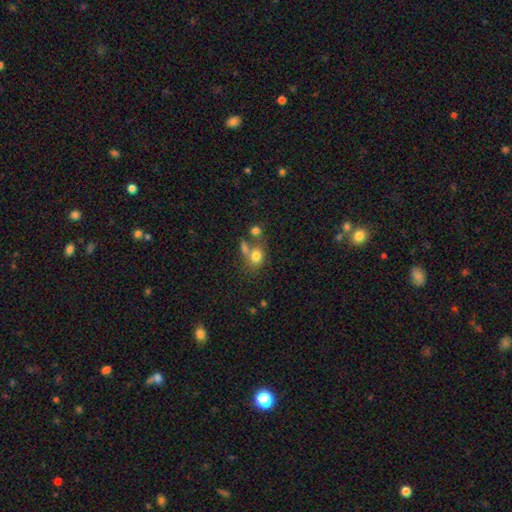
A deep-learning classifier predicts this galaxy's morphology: smooth_or_featured: smooth (p=0.76) [alt: star or artifact p=0.12]
how_rounded: round (p=0.54) [alt: in between p=0.45]
merging: none (p=0.43) [alt: merger p=0.36]